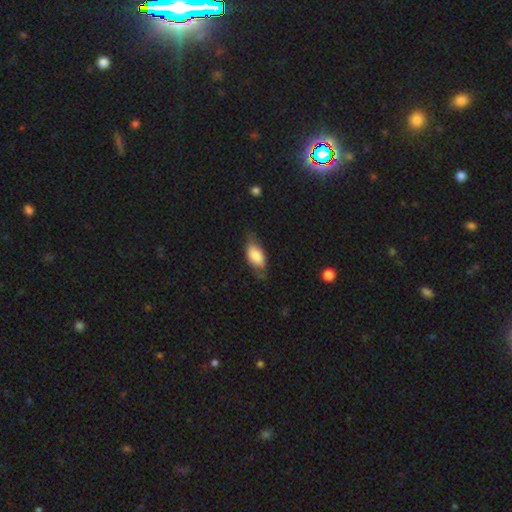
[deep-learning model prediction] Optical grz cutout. It shows a smooth galaxy with no disk features (76%) that is in between round and cigar-shaped (88%). Merging: none (57%).